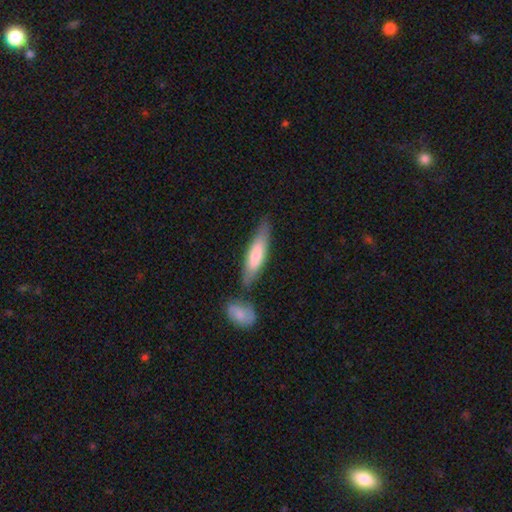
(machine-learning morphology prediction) Smooth or featured: smooth — 66% (featured or disk — 28%)
How rounded: cigar-shaped — 77% (in between — 21%)
Merging: none — 68% (minor disturbance — 16%)